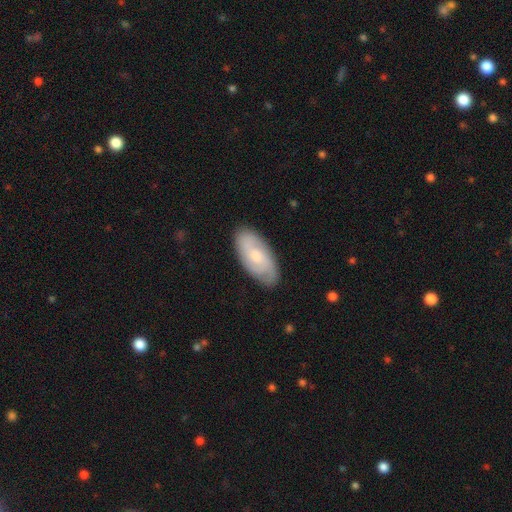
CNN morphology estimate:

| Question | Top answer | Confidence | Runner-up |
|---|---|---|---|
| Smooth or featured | featured or disk | 56% | smooth (39%) |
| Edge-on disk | no | 92% | yes (8%) |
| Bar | no | 65% | weak (30%) |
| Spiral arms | yes | 87% | no (13%) |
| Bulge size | moderate | 50% | small (41%) |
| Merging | none | 82% | minor disturbance (14%) |